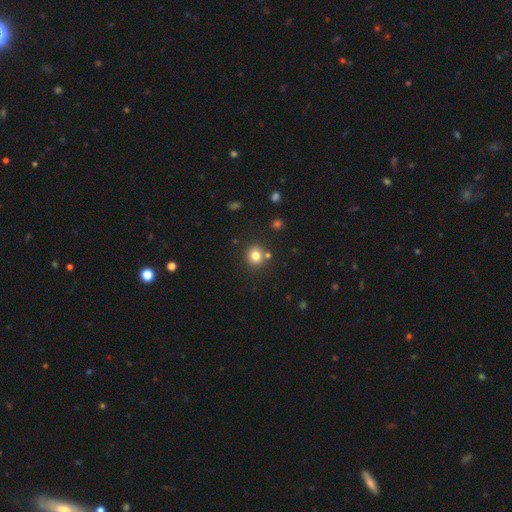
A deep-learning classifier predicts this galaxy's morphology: The model was most divided on "smooth or featured": smooth: 79%, star or artifact: 14%, featured or disk: 7%. More confident: how rounded — round (87%); merging — none (80%).